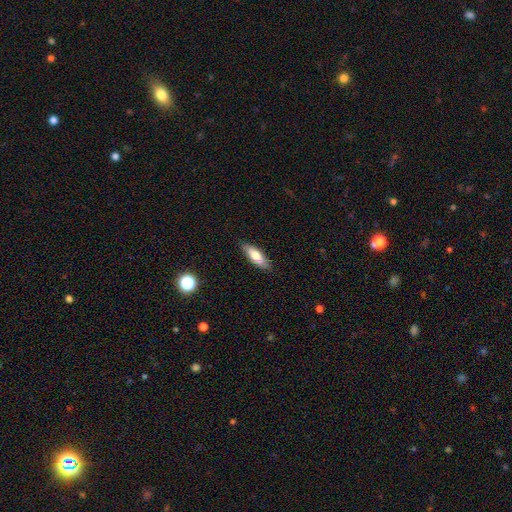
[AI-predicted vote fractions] A smooth galaxy with no disk features (70%) that is in between round and cigar-shaped (60%). Merging: none (84%).